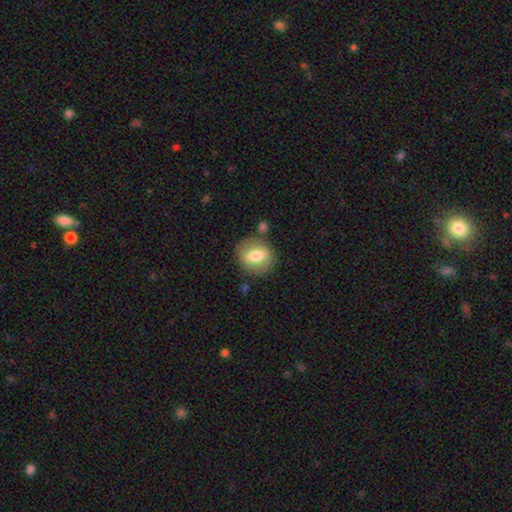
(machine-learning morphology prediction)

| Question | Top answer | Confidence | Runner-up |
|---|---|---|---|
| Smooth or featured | smooth | 63% | featured or disk (30%) |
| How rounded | round | 66% | in between (33%) |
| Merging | none | 78% | minor disturbance (12%) |